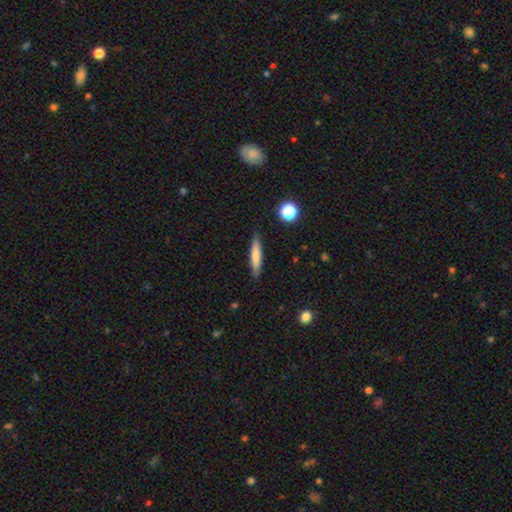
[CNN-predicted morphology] Smooth or featured? Predicted: smooth (p=0.74). How rounded? Predicted: cigar-shaped (p=0.89). Merging? Predicted: none (p=0.88).